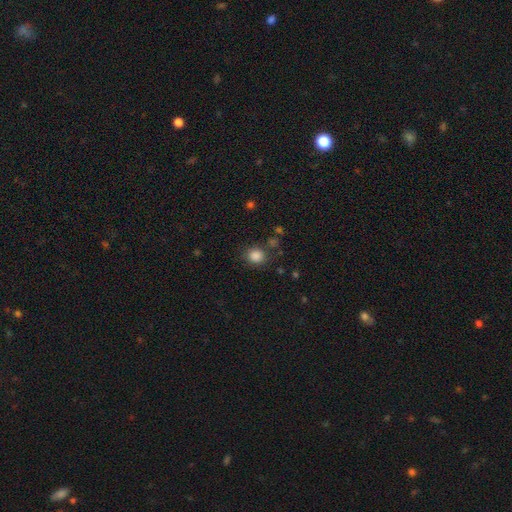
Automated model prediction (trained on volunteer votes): This is clearly a smooth galaxy (85%). How rounded: likely round (79%). Merging: likely none (80%).